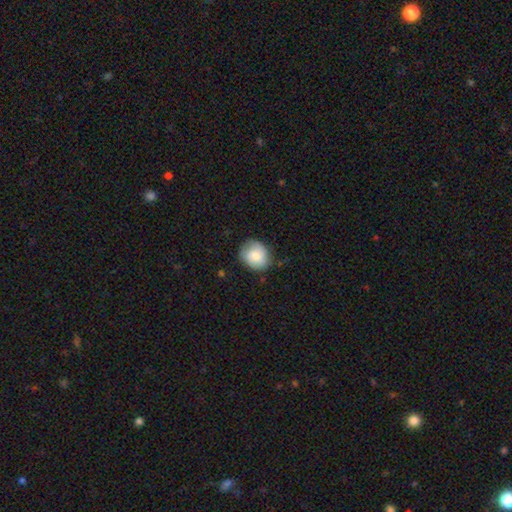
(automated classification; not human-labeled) Q: Smooth or featured?
A: smooth (75%); runner-up: featured or disk (18%)
Q: How rounded?
A: round (68%); runner-up: in between (31%)
Q: Merging?
A: none (73%); runner-up: minor disturbance (21%)